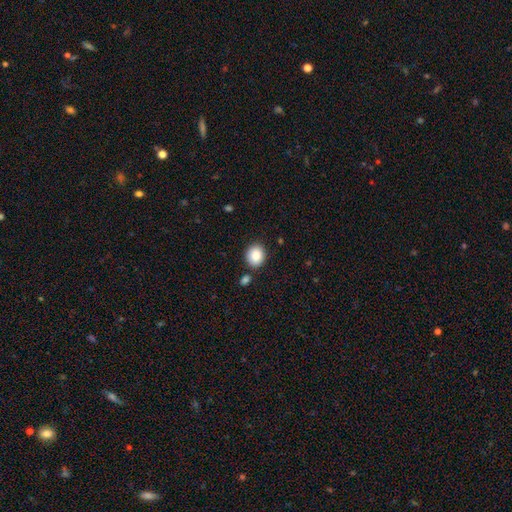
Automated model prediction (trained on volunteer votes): This is clearly a smooth galaxy (87%). How rounded: likely round (67%). Merging: clearly none (84%).